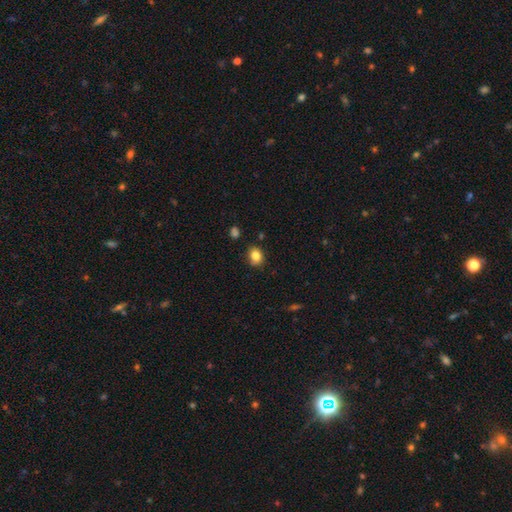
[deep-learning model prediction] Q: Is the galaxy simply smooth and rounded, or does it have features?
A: smooth — 82%.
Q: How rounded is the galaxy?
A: round — 52%.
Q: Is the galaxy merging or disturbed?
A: none — 81%.